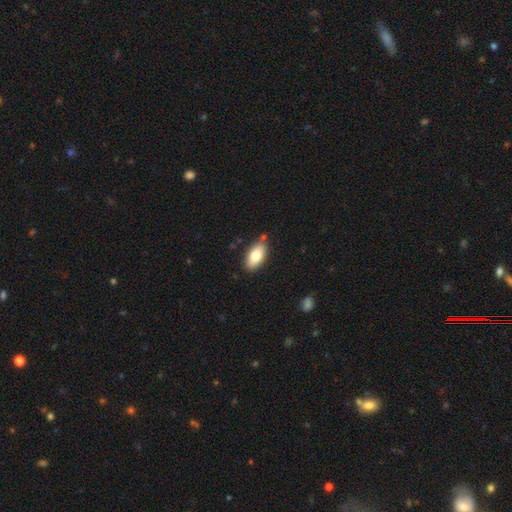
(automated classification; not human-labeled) smooth-or-featured: smooth: 77% | featured or disk: 16% | star or artifact: 7%
  how-rounded: in between: 92% | cigar-shaped: 5% | round: 3%
  merging: none: 81% | minor disturbance: 13% | merger: 4% | major disturbance: 2%